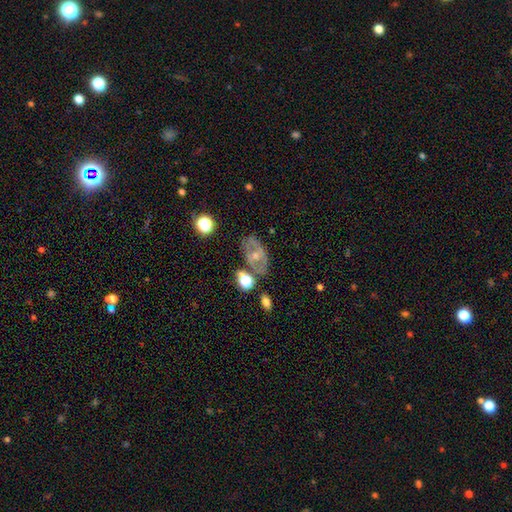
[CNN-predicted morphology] A featured or disk galaxy (61%) with no bar (62%), no spiral arms (56%) and a moderate central bulge (48%).

Vote fractions:
- Smooth or featured? featured or disk: 61% / smooth: 29% / star or artifact: 10%
- Edge-on disk? no: 92% / yes: 8%
- Bar? no: 62% / weak: 27% / strong: 11%
- Spiral arms? no: 56% / yes: 44%
- Bulge size? moderate: 48% / small: 46% / none: 3% / large: 3% / dominant: 1%
- Merging? none: 60% / minor disturbance: 20% / merger: 11% / major disturbance: 10%